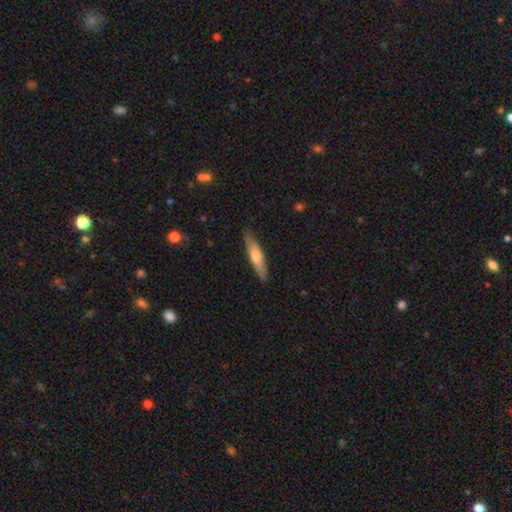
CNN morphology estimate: smooth_or_featured: smooth (p=0.47) [tied with: featured or disk p=0.47]
merging: none (p=0.87) [alt: minor disturbance p=0.10]